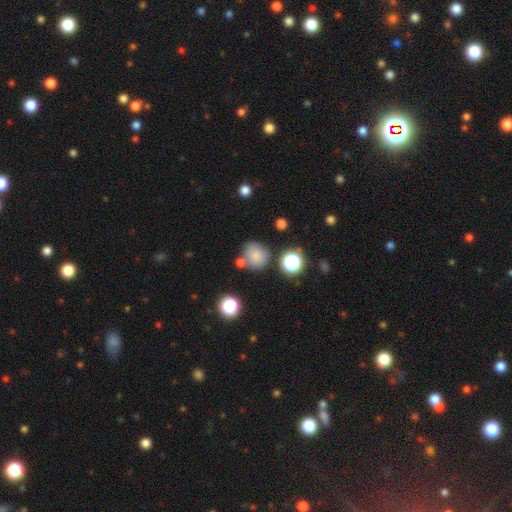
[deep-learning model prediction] This is likely a smooth galaxy (77%). How rounded: clearly round (86%). Merging: likely none (67%).